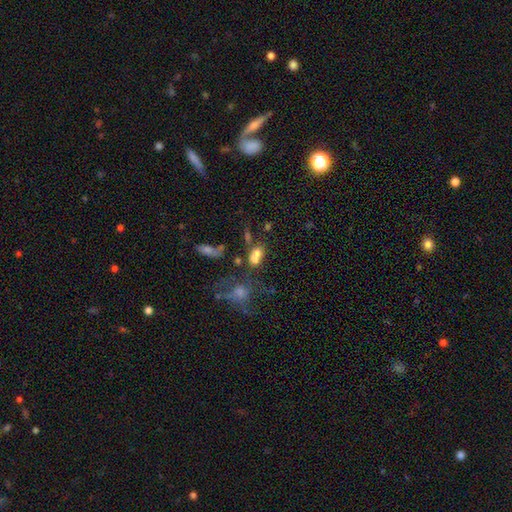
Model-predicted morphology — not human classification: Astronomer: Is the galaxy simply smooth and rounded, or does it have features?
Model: smooth — 66%.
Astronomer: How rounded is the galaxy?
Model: in between — 73%.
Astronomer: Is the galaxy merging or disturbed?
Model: merger — 46% (runner-up: none, 31%).